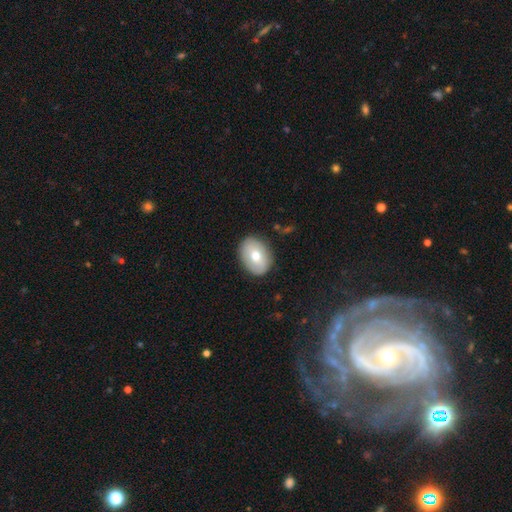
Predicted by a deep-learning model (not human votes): Overall: smooth (67%). How rounded: in between (70%). Merging: none (86%).